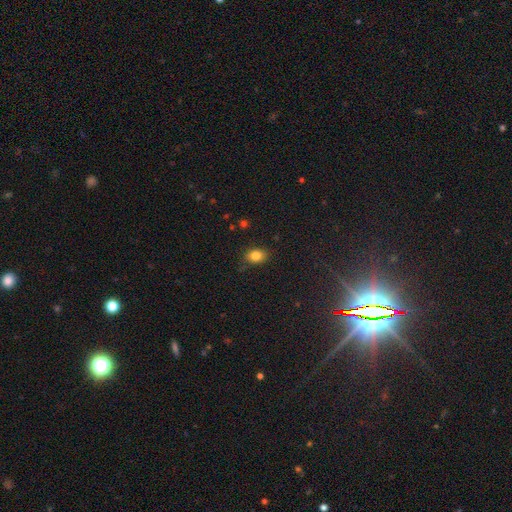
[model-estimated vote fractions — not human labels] Q: Smooth or featured?
A: smooth (82%); runner-up: star or artifact (11%)
Q: How rounded?
A: in between (70%); runner-up: round (29%)
Q: Merging?
A: none (81%); runner-up: minor disturbance (14%)